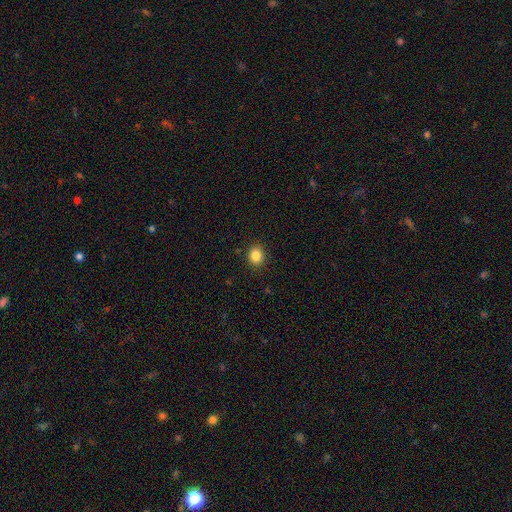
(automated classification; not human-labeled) This appears to be a smooth galaxy with no disk features (85%) that is round (67%). Merging: none (89%).